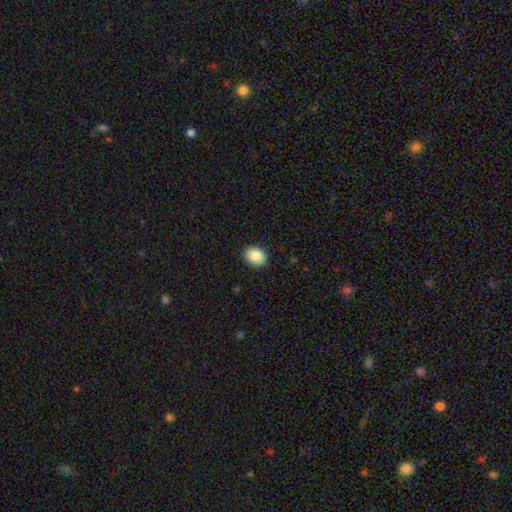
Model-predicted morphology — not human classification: This is clearly a smooth galaxy (87%). How rounded: possibly in between (51%). Merging: clearly none (90%).